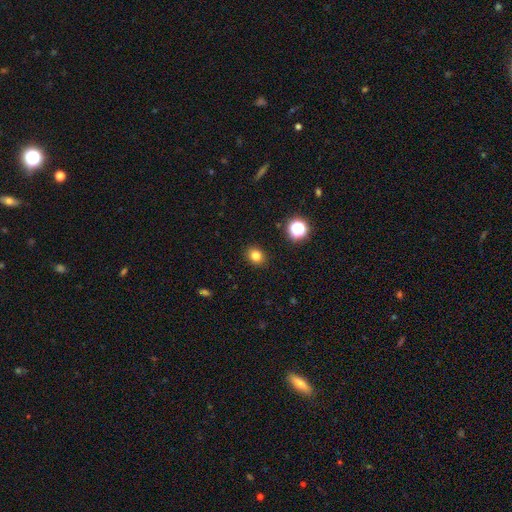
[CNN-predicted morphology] smooth 80%, star or artifact 14%, featured or disk 6%. Down the decision tree: how rounded — round (70%); merging — none (90%).